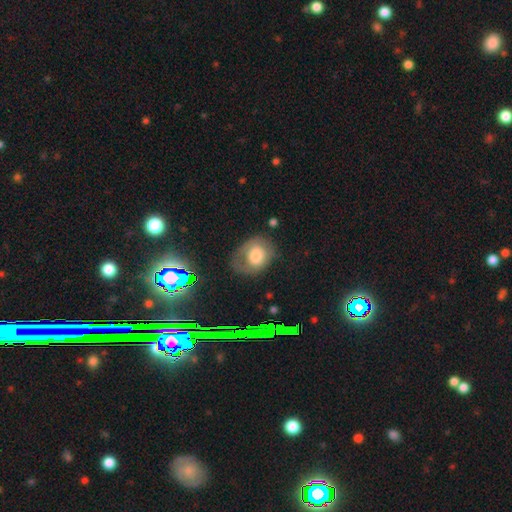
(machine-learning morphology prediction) Q: Smooth or featured?
A: smooth (61%); runner-up: featured or disk (30%)
Q: How rounded?
A: round (50%); runner-up: in between (49%)
Q: Merging?
A: none (51%); runner-up: minor disturbance (26%)